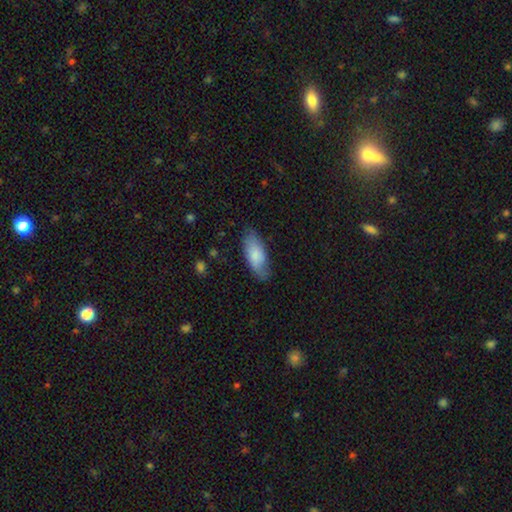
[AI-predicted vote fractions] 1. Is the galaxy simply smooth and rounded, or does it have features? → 77% smooth, 17% featured or disk, 6% star or artifact.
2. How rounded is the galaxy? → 82% in between, 16% cigar-shaped, 2% round.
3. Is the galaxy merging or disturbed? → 73% none, 21% minor disturbance, 5% major disturbance, 1% merger.